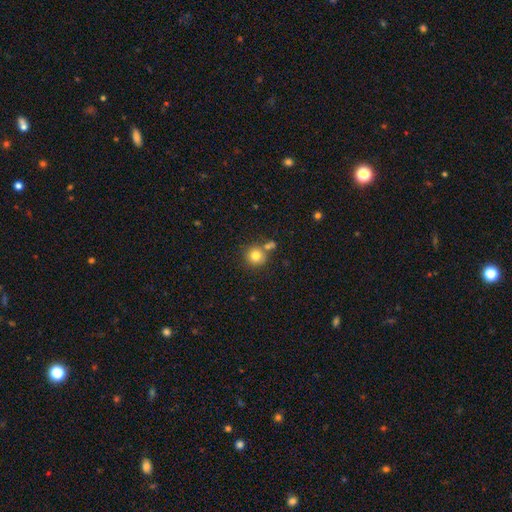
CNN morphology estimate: smooth-or-featured: smooth: 79% | star or artifact: 12% | featured or disk: 9%
  how-rounded: round: 92% | in between: 7% | cigar-shaped: 1%
  merging: none: 67% | merger: 20% | minor disturbance: 10% | major disturbance: 3%